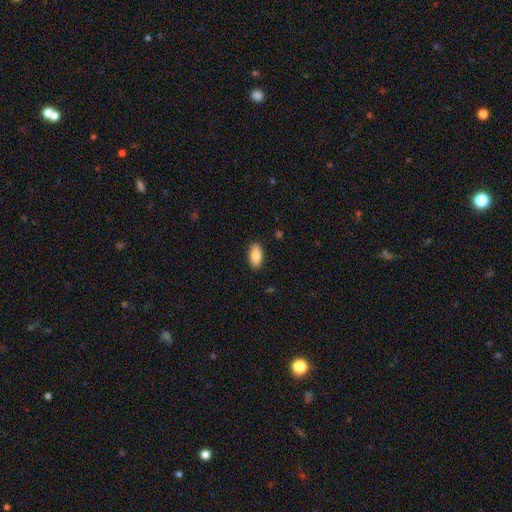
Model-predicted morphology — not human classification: This appears to be a smooth galaxy with no disk features (86%) that is in between round and cigar-shaped (91%). Merging: none (89%).